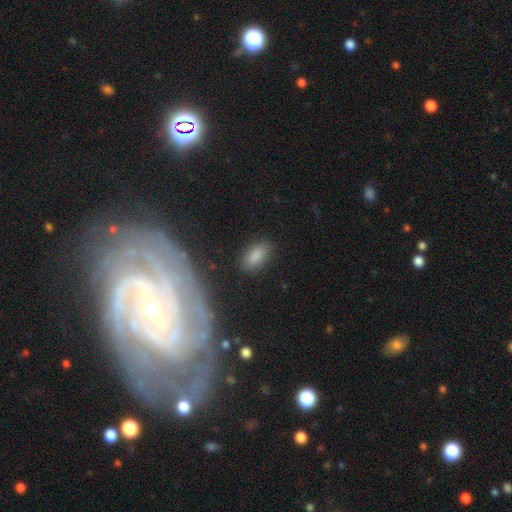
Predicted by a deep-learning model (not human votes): Smooth or featured? smooth (85%)
How rounded? in between (90%)
Merging? none (85%)